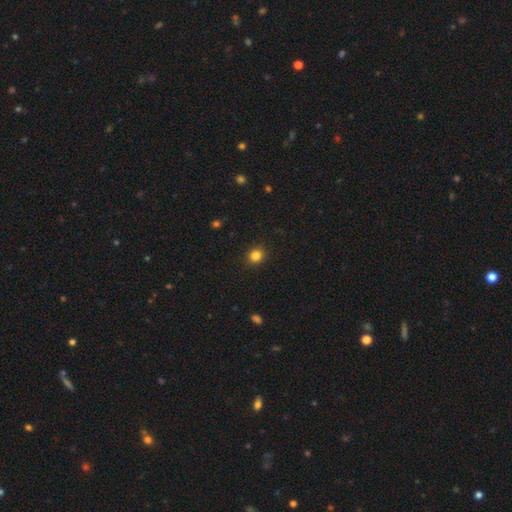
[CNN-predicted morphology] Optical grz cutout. It shows a smooth galaxy with no disk features (84%) that is round (84%). Merging: none (91%).